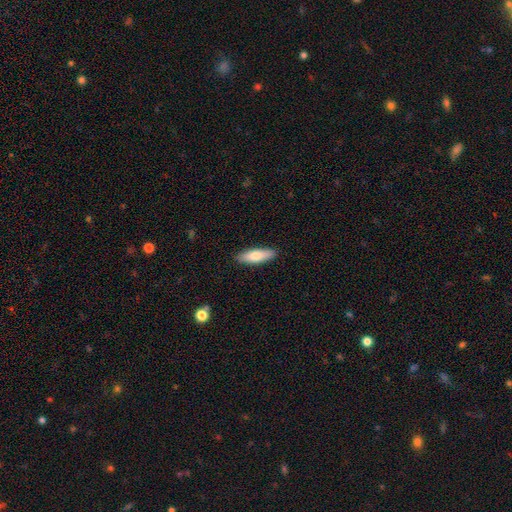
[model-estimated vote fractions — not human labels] smooth-or-featured: smooth: 73% | featured or disk: 21% | star or artifact: 6%
  how-rounded: in between: 55% | cigar-shaped: 43% | round: 2%
  merging: none: 90% | minor disturbance: 8% | major disturbance: 2% | merger: 1%